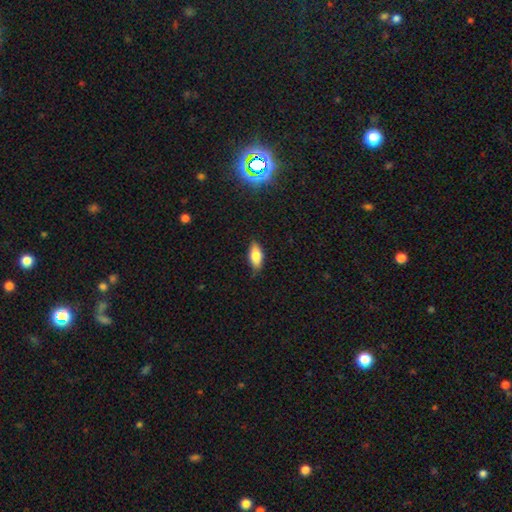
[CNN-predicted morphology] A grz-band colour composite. It shows a smooth galaxy with no disk features (78%) that is in between round and cigar-shaped (84%). Merging: none (81%).